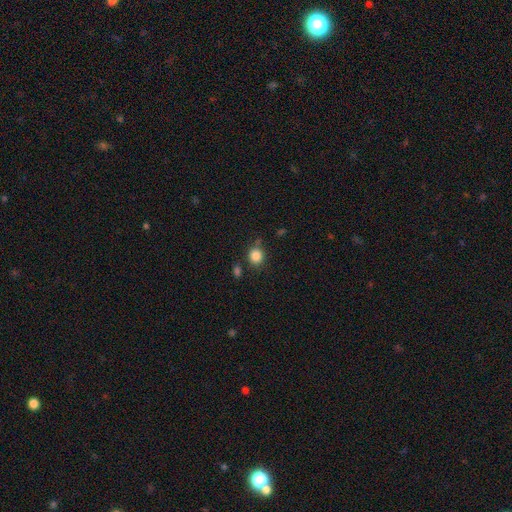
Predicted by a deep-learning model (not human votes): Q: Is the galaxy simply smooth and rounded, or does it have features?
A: smooth — 84%.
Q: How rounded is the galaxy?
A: round — 82%.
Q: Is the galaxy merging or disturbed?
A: none — 78%.